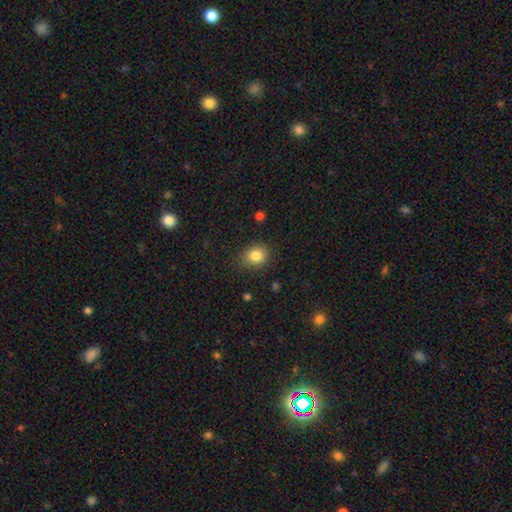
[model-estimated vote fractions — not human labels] Smooth or featured? Predicted: smooth (p=0.84). How rounded? Predicted: round (p=0.60). Merging? Predicted: none (p=0.83).